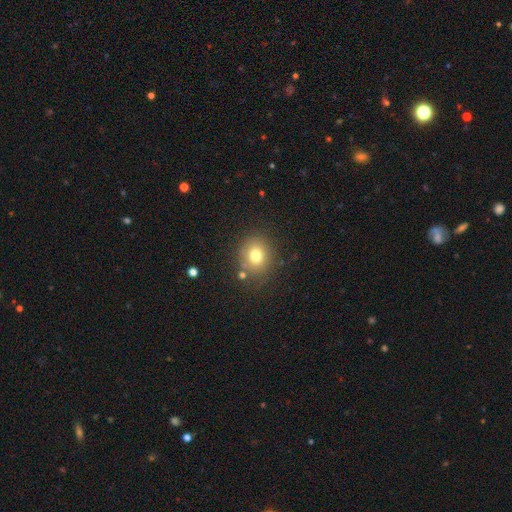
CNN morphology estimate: Smooth or featured? smooth (74%)
How rounded? round (78%)
Merging? none (78%)